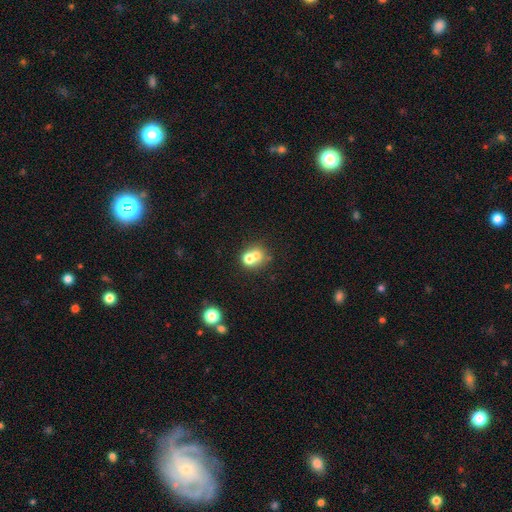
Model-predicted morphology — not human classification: The model was most divided on "merging": merger: 55%, none: 34%, minor disturbance: 7%, major disturbance: 4%. More confident: how rounded — round (75%); smooth or featured — smooth (67%).